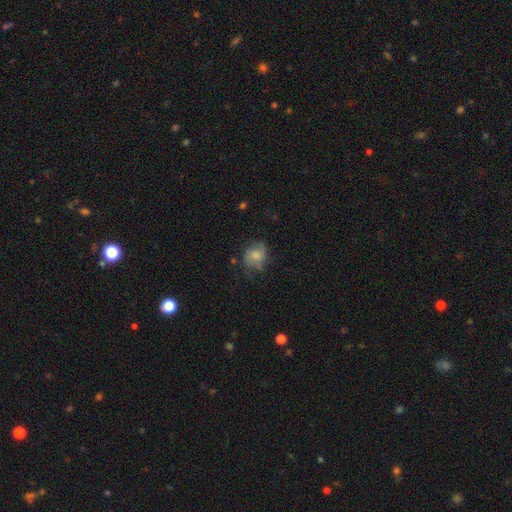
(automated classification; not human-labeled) Overall: smooth (60%; featured or disk 31%). How rounded: round (61%; in between 38%). Merging: none (54%; minor disturbance 28%).